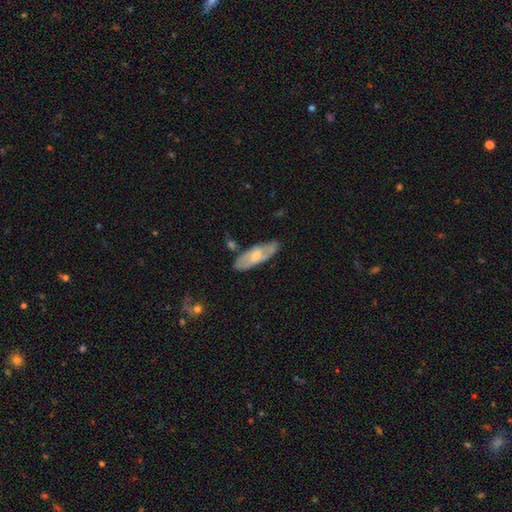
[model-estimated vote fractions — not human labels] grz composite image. It shows a smooth galaxy with no disk features (50%). Merging: none (72%).